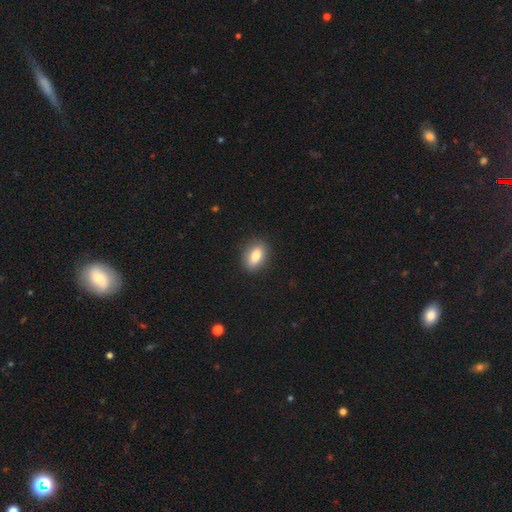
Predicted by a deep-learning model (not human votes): Smooth or featured: smooth — 83% (featured or disk — 9%)
How rounded: in between — 82% (round — 12%)
Merging: none — 87% (minor disturbance — 9%)